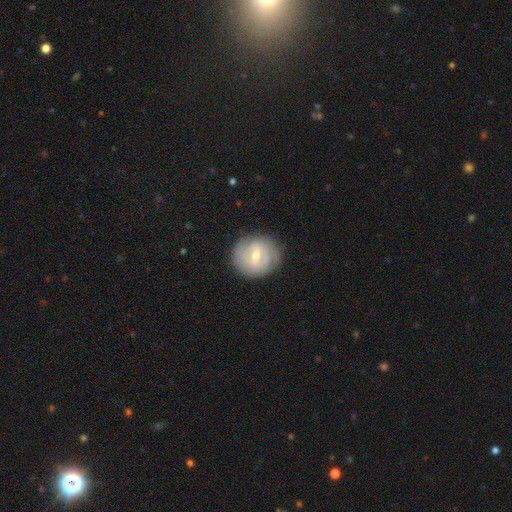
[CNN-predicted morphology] This is likely a featured or disk galaxy (61%). It is clearly not viewed edge-on (96%). Bar: possibly weak (56%). Spiral arm pattern: possibly yes (60%). Central bulge: possibly moderate (52%). Merging: clearly none (84%).